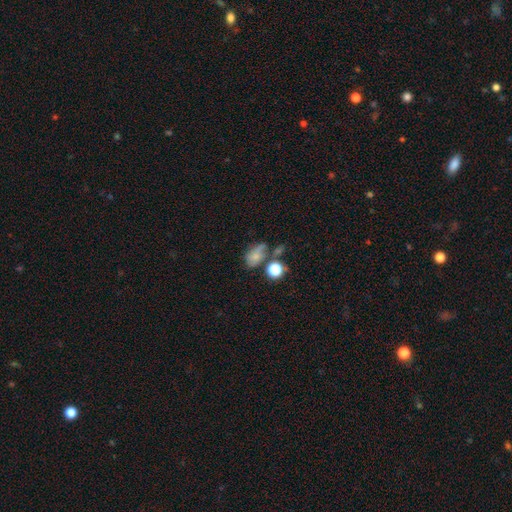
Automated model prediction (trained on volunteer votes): Morphology: type=smooth (65%); roundness=in between (71%); merging=none (36%).